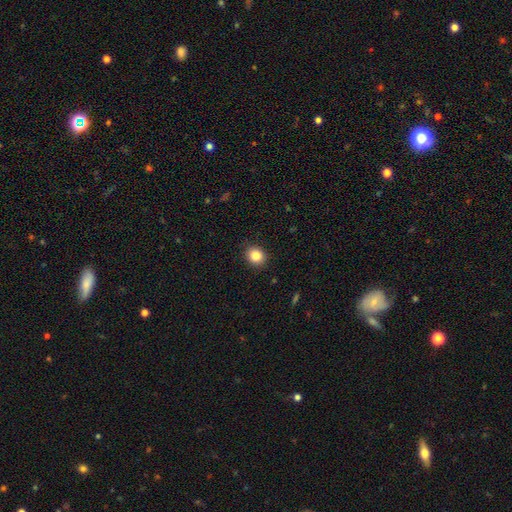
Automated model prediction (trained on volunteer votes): Smooth or featured: smooth — 84% (star or artifact — 10%)
How rounded: round — 75% (in between — 24%)
Merging: none — 90% (minor disturbance — 7%)